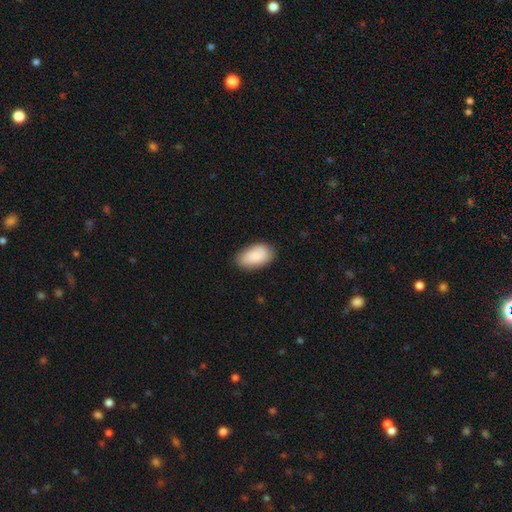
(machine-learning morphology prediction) Smooth or featured: smooth — 87% (featured or disk — 7%)
How rounded: in between — 94% (round — 4%)
Merging: none — 79% (minor disturbance — 16%)